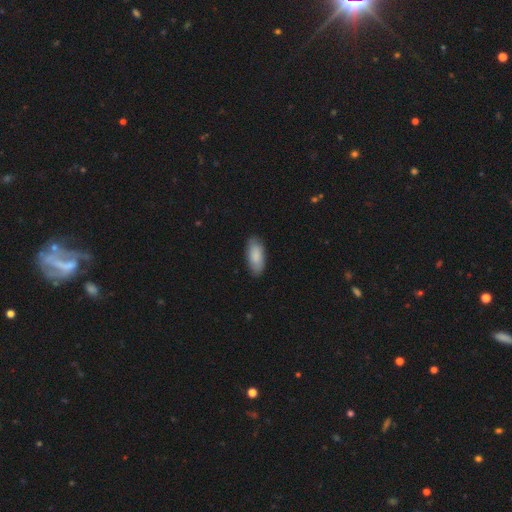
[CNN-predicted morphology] type=smooth (86%); roundness=in between (87%); merging=none (85%).